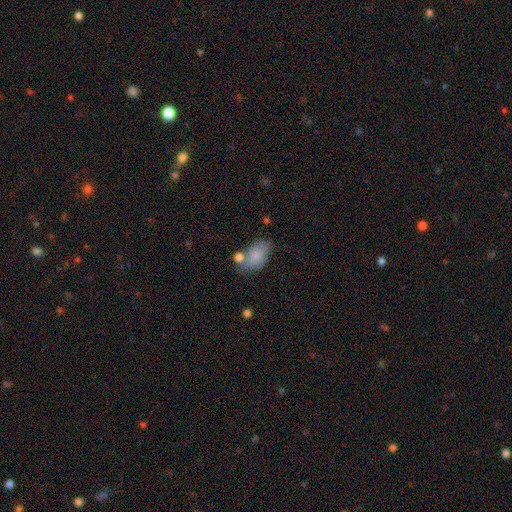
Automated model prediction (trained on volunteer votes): Smooth or featured?
  - smooth: 81% *
  - featured or disk: 13%
  - star or artifact: 7%
How rounded?
  - in between: 92% *
  - round: 7%
  - cigar-shaped: 1%
Merging?
  - none: 54% *
  - minor disturbance: 21%
  - merger: 18%
  - major disturbance: 7%